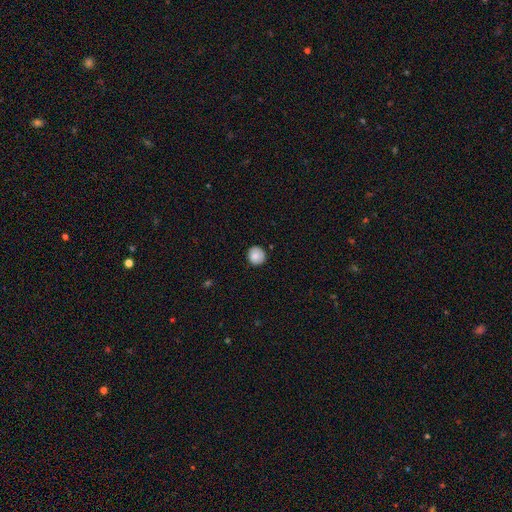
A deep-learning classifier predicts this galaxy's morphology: smooth_or_featured: smooth (p=0.82) [alt: featured or disk p=0.10]
how_rounded: round (p=0.91) [alt: in between p=0.08]
merging: none (p=0.84) [alt: minor disturbance p=0.12]